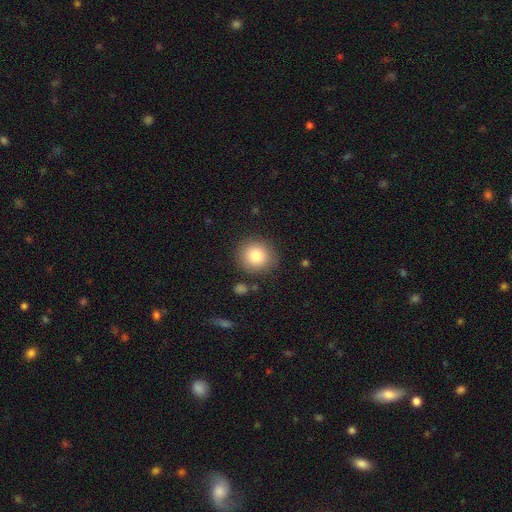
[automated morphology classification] smooth 83%, star or artifact 9%, featured or disk 8%. Down the decision tree: how rounded — round (89%); merging — none (85%).